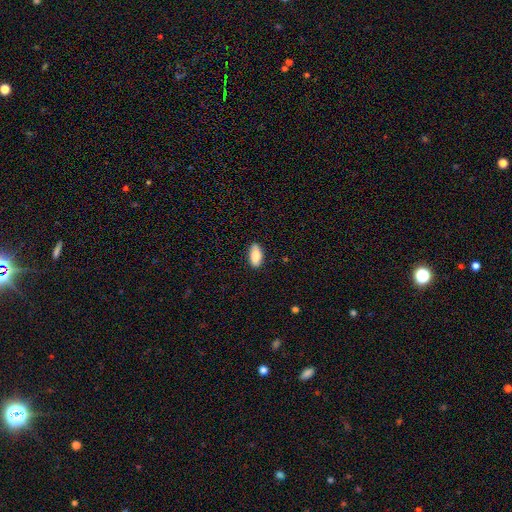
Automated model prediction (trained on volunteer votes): Smooth or featured? Predicted: smooth (p=0.88). How rounded? Predicted: in between (p=0.92). Merging? Predicted: none (p=0.87).